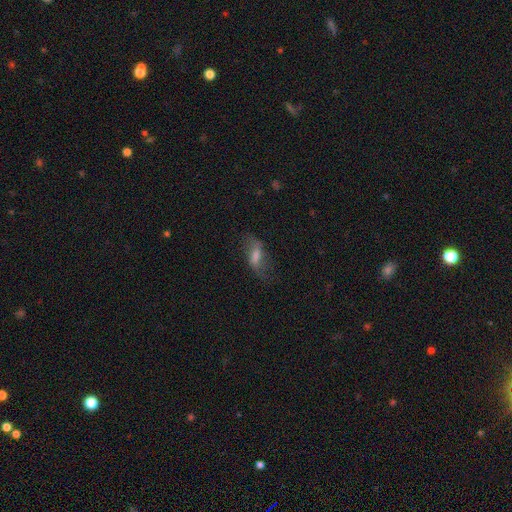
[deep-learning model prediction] The model was most divided on "smooth or featured": smooth: 47%, featured or disk: 42%, star or artifact: 11%. Remaining: merging — none (49%).